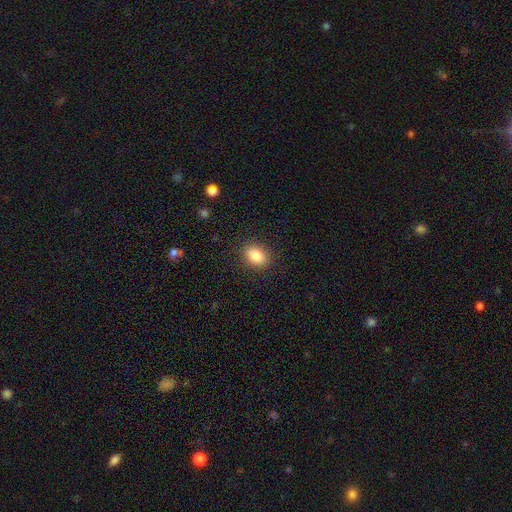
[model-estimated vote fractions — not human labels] This appears to be a smooth galaxy with no disk features (85%) that is in between round and cigar-shaped (66%). Merging: none (88%).